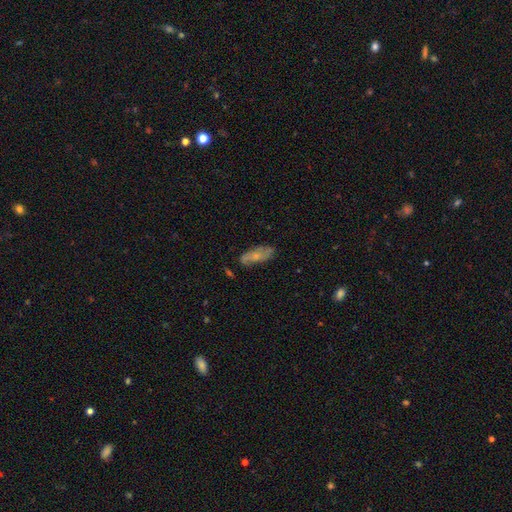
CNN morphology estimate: Smooth or featured: smooth — 54% (featured or disk — 38%)
How rounded: in between — 61% (cigar-shaped — 36%)
Merging: none — 71% (minor disturbance — 21%)